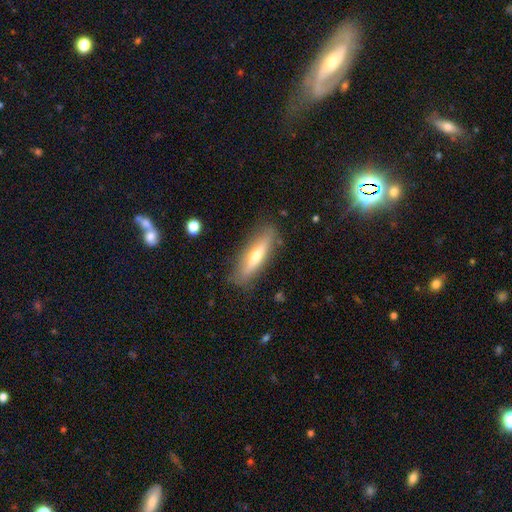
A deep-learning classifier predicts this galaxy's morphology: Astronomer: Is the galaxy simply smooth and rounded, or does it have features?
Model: smooth — 52% (runner-up: featured or disk, 42%).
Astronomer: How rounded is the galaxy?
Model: cigar-shaped — 69%.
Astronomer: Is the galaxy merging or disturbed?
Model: none — 83%.